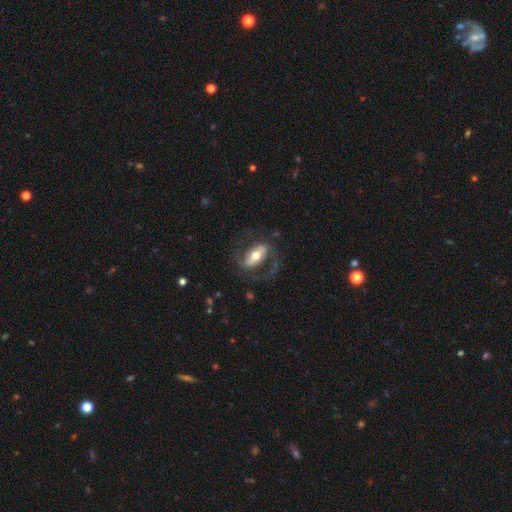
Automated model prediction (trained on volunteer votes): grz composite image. It shows a featured or disk galaxy (71%) with a strong bar (56%), 2 (82%) medium (48%) spiral arms (78%) and a moderate central bulge (68%). Merging: none (64%).